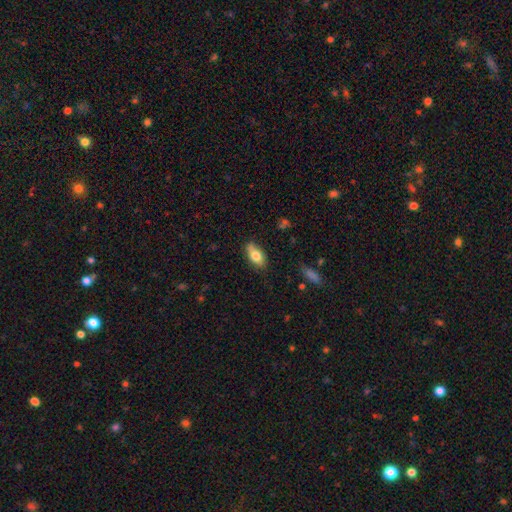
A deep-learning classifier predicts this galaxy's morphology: The model was most divided on "merging": none: 71%, minor disturbance: 21%, major disturbance: 4%, merger: 4%. More confident: how rounded — in between (87%); smooth or featured — smooth (77%).